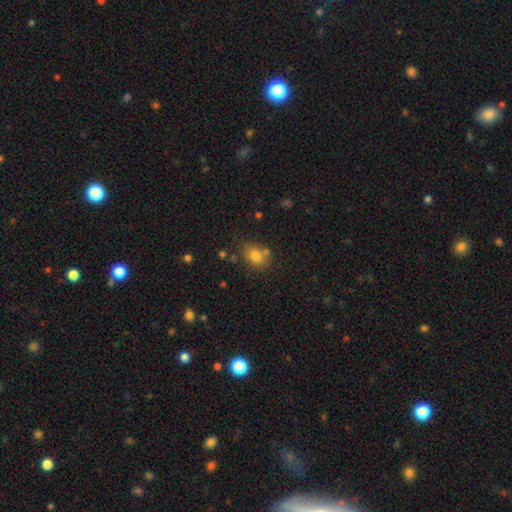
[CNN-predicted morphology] smooth_or_featured: smooth (p=0.79) [alt: star or artifact p=0.11]
how_rounded: in between (p=0.52) [alt: round p=0.47]
merging: none (p=0.67) [alt: minor disturbance p=0.16]